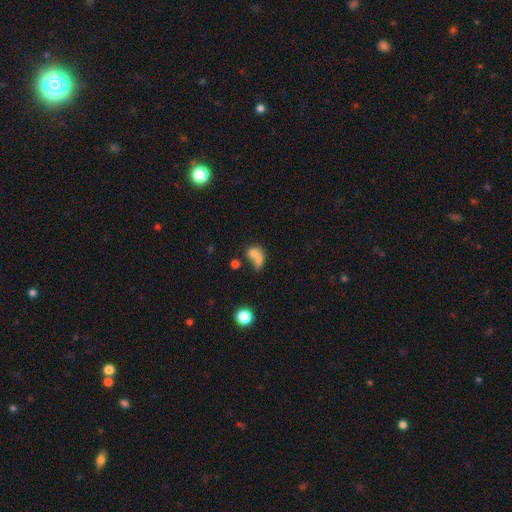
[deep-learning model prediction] Smooth or featured: smooth — 70% (featured or disk — 19%)
How rounded: in between — 49% (round — 48%)
Merging: merger — 63% (none — 22%)